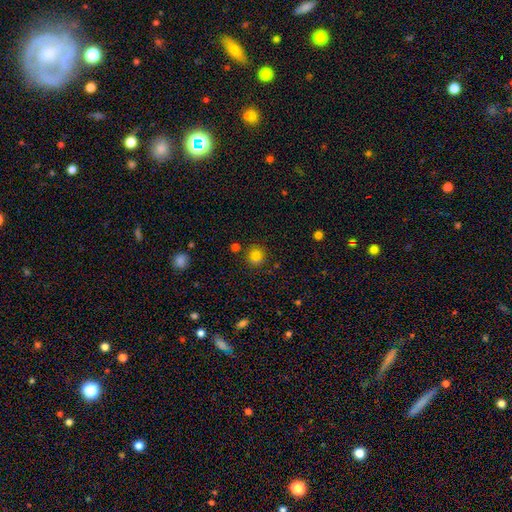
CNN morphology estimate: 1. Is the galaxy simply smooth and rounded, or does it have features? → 79% smooth, 14% star or artifact, 7% featured or disk.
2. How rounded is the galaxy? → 90% round, 9% in between, 1% cigar-shaped.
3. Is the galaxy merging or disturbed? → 78% none, 11% minor disturbance, 8% merger, 3% major disturbance.